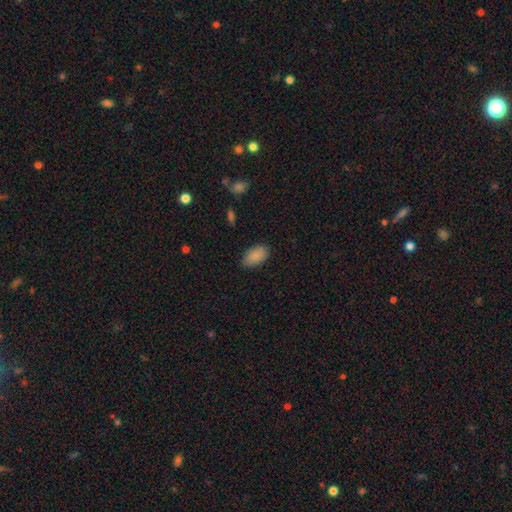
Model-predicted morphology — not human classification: This is clearly a smooth galaxy (88%). How rounded: clearly in between (93%). Merging: clearly none (84%).